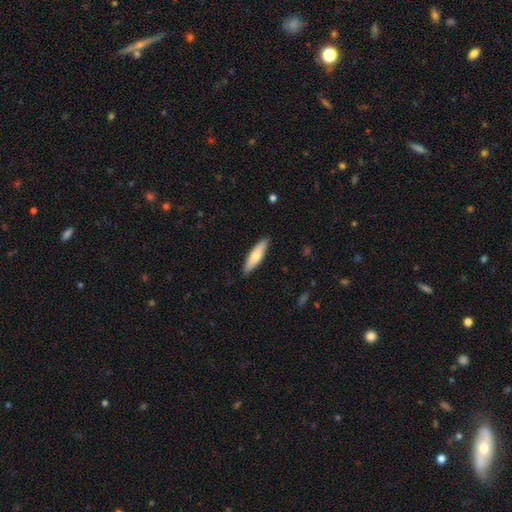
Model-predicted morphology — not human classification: smooth-or-featured: smooth: 69% | featured or disk: 26% | star or artifact: 5%
  how-rounded: cigar-shaped: 68% | in between: 31% | round: 2%
  merging: none: 89% | minor disturbance: 9% | major disturbance: 2% | merger: 1%